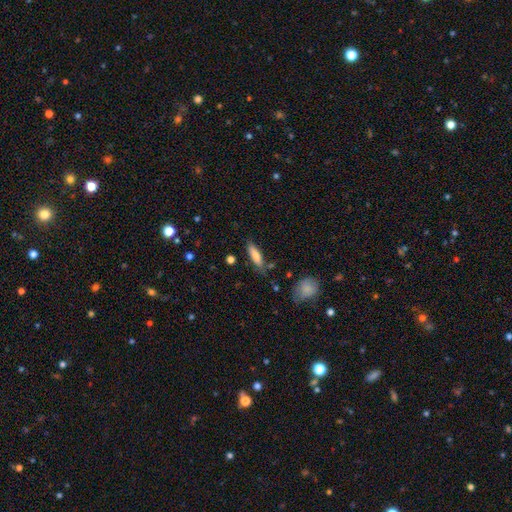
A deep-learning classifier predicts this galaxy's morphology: A smooth galaxy with no disk features (79%) that is cigar-shaped (58%).

Vote fractions:
- Smooth or featured? smooth: 79% / featured or disk: 15% / star or artifact: 6%
- How rounded? cigar-shaped: 58% / in between: 40% / round: 2%
- Merging? none: 72% / minor disturbance: 20% / major disturbance: 4% / merger: 4%